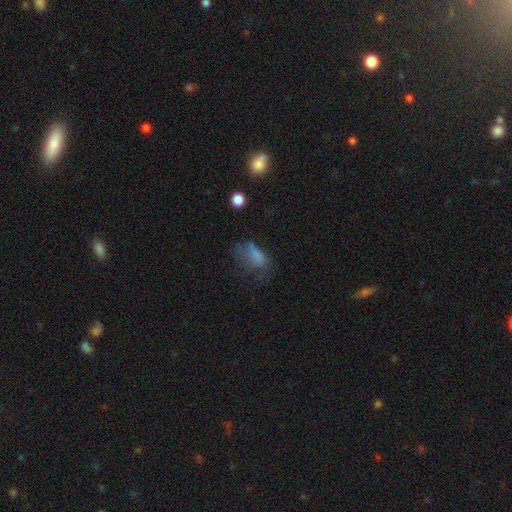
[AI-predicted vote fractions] smooth_or_featured: smooth (p=0.66) [alt: featured or disk p=0.19]
how_rounded: in between (p=0.82) [alt: cigar-shaped p=0.10]
merging: none (p=0.35) [tied with: major disturbance p=0.35]